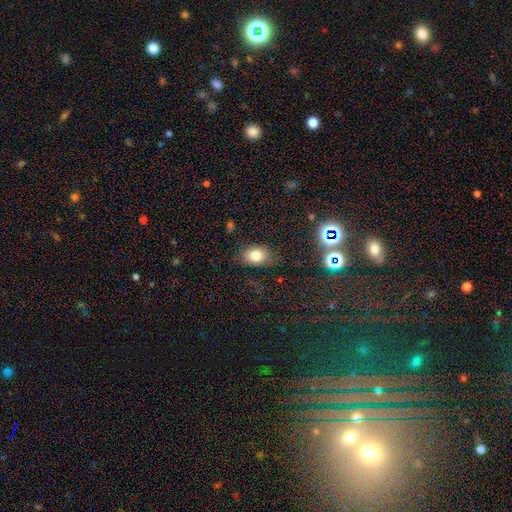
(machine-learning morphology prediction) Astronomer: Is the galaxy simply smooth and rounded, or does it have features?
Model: smooth — 78%.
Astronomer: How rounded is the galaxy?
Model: in between — 79%.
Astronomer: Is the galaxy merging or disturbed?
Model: none — 77%.